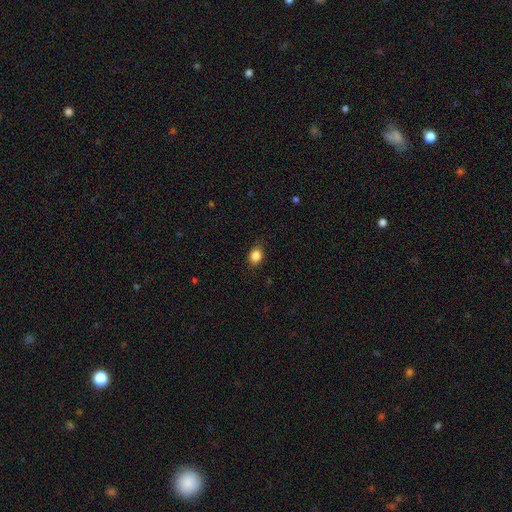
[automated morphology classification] Smooth or featured? smooth (86%)
How rounded? in between (54%)
Merging? none (83%)